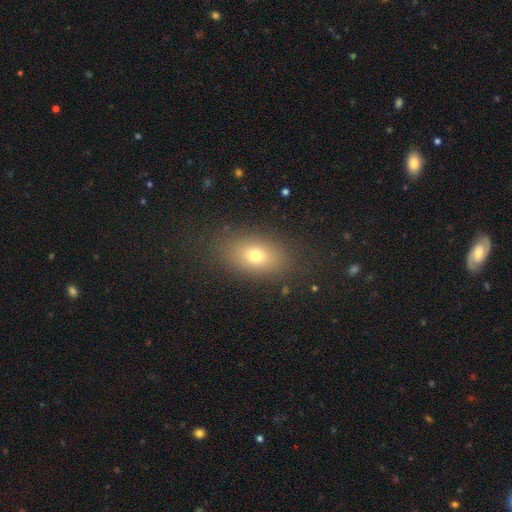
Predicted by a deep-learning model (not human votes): This appears to be a smooth galaxy with no disk features (72%) that is in between round and cigar-shaped (80%). Merging: none (83%).